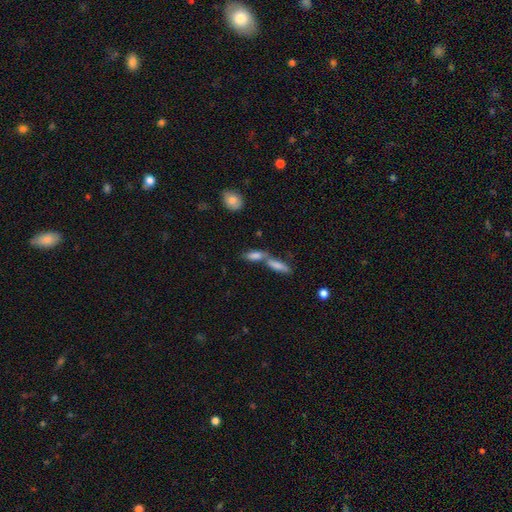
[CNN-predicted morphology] Smooth or featured?
  - smooth: 74% *
  - featured or disk: 17%
  - star or artifact: 9%
How rounded?
  - in between: 54% *
  - cigar-shaped: 43%
  - round: 3%
Merging?
  - merger: 58% *
  - none: 31%
  - minor disturbance: 7%
  - major disturbance: 3%